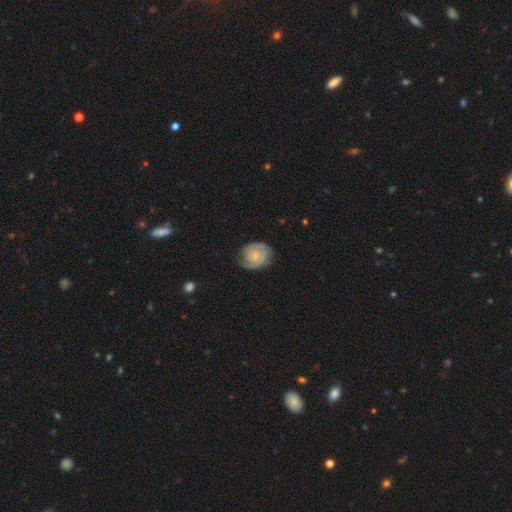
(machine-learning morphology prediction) Smooth or featured? Predicted: featured or disk (p=0.58). Edge-on disk? Predicted: no (p=0.97). Bar? Predicted: no (p=0.75). Spiral arms? Predicted: yes (p=0.87). Bulge size? Predicted: small (p=0.66). Merging? Predicted: none (p=0.62).